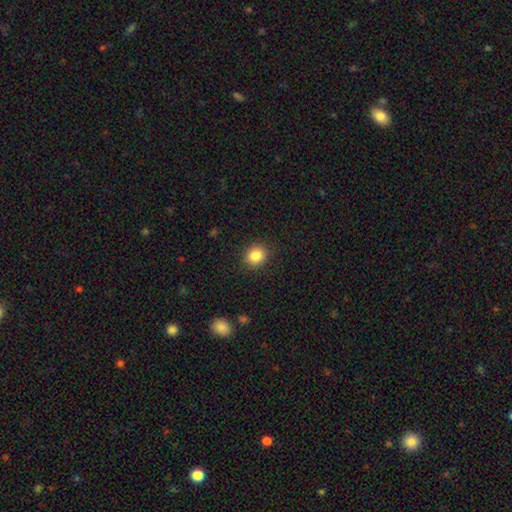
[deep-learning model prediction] Smooth or featured?
  - smooth: 85% *
  - star or artifact: 10%
  - featured or disk: 5%
How rounded?
  - round: 76% *
  - in between: 23%
  - cigar-shaped: 1%
Merging?
  - none: 89% *
  - minor disturbance: 7%
  - major disturbance: 2%
  - merger: 1%